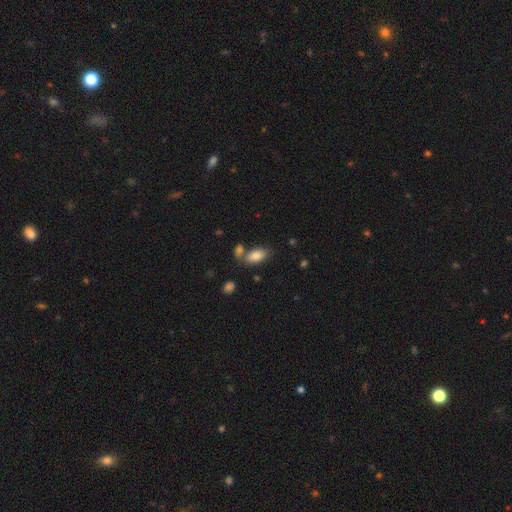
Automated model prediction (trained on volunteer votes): Morphology: type=smooth (83%); roundness=in between (92%); merging=none (61%).